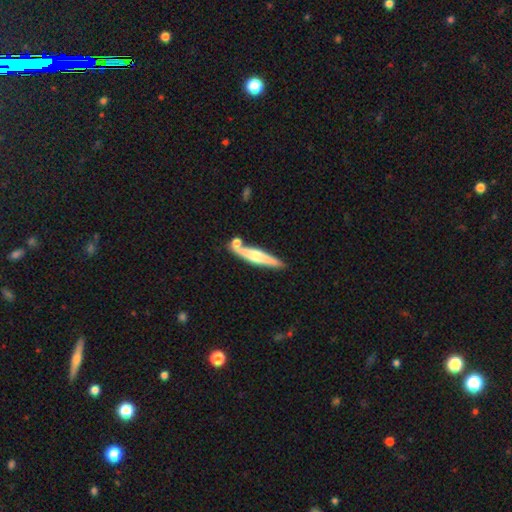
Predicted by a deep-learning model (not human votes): smooth_or_featured: featured or disk (p=0.57) [alt: smooth p=0.38]
disk_edge_on: yes (p=0.95) [alt: no p=0.05]
edge_on_bulge: rounded (p=0.81) [alt: none p=0.10]
merging: none (p=0.69) [alt: merger p=0.16]